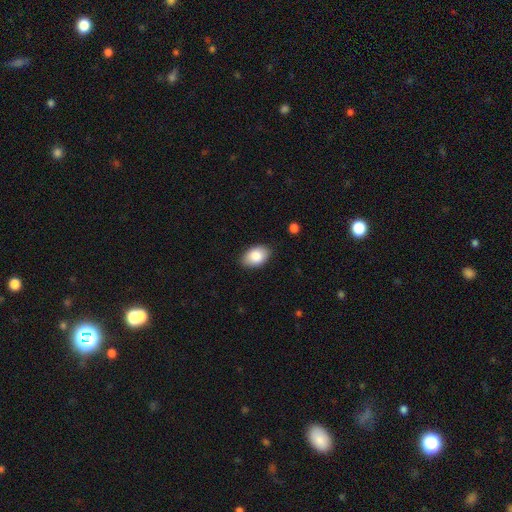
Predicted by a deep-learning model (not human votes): This is clearly a smooth galaxy (86%). How rounded: clearly in between (89%). Merging: clearly none (86%).